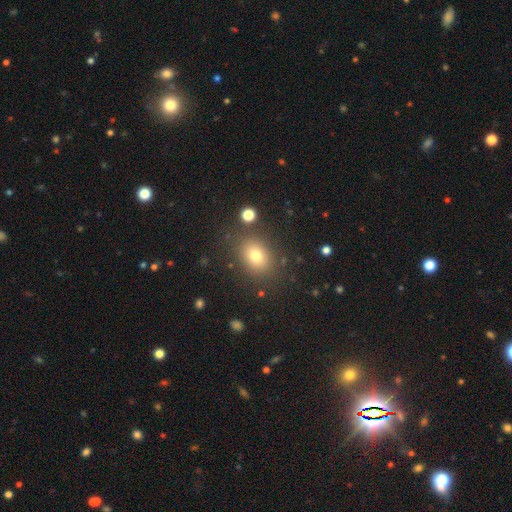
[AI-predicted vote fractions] A smooth galaxy with no disk features (76%) that is in between round and cigar-shaped (59%).

Vote fractions:
- Smooth or featured? smooth: 76% / star or artifact: 14% / featured or disk: 11%
- How rounded? in between: 59% / round: 40% / cigar-shaped: 1%
- Merging? none: 83% / minor disturbance: 10% / major disturbance: 4% / merger: 3%